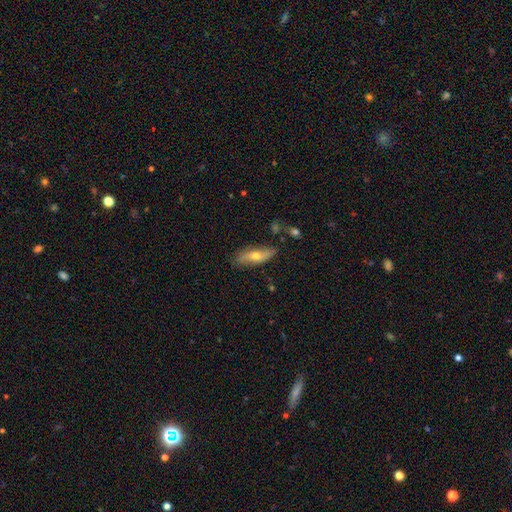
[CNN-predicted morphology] Overall: smooth (53%; featured or disk 40%). How rounded: in between (54%; cigar-shaped 43%). Merging: none (77%).